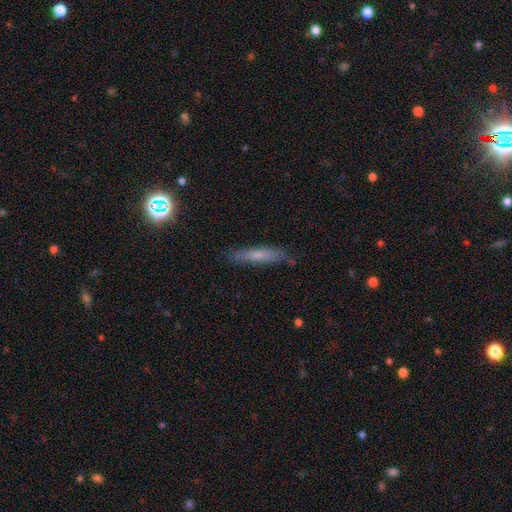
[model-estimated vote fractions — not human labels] Smooth or featured? smooth (51%)
How rounded? cigar-shaped (87%)
Merging? none (84%)